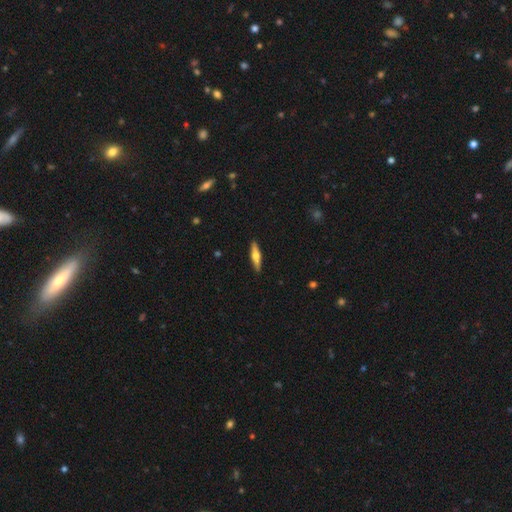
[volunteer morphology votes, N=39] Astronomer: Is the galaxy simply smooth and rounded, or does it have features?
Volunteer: featured or disk — 69%.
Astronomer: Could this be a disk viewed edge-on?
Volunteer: yes — 96%.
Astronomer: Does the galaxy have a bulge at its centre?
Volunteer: rounded — 96%.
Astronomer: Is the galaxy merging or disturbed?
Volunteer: none — 95%.